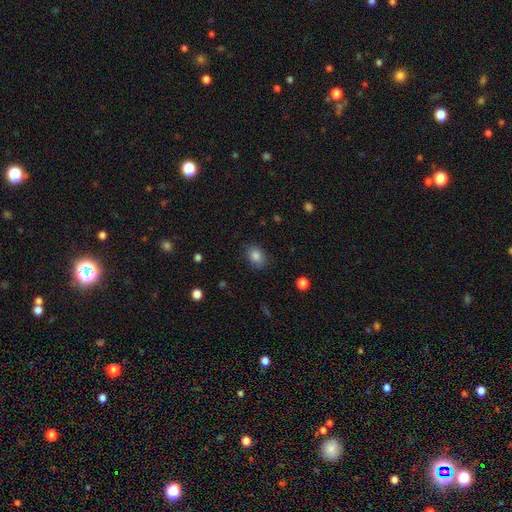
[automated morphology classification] This appears to be a smooth galaxy with no disk features (85%) that is in between round and cigar-shaped (63%). Merging: none (84%).